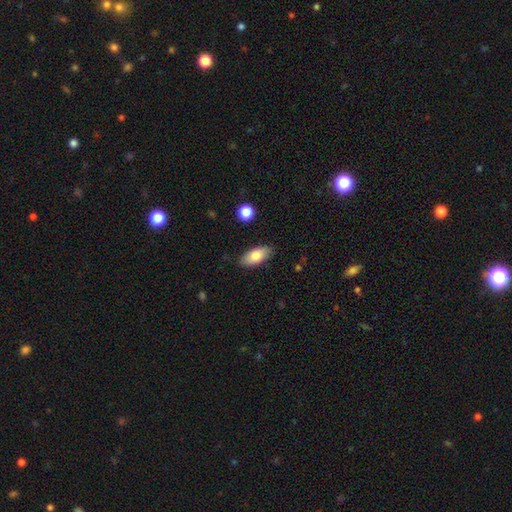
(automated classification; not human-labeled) Morphology: type=smooth (81%); roundness=in between (90%); merging=none (85%).